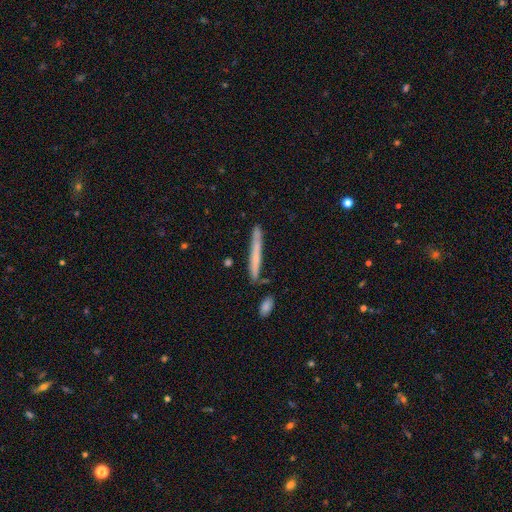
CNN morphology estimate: Overall: smooth (58%; featured or disk 36%). How rounded: cigar-shaped (96%). Merging: none (82%).